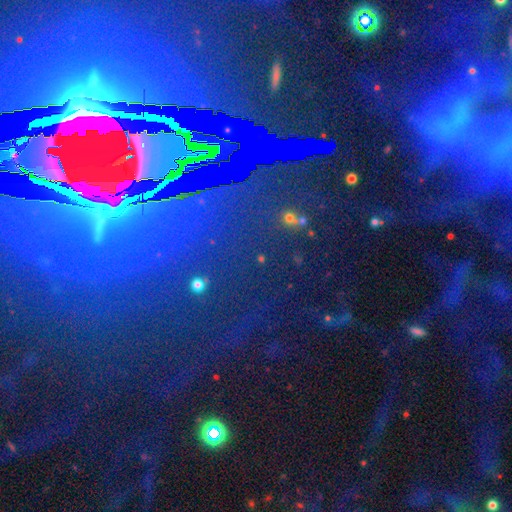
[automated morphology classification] type=star or artifact (80%).